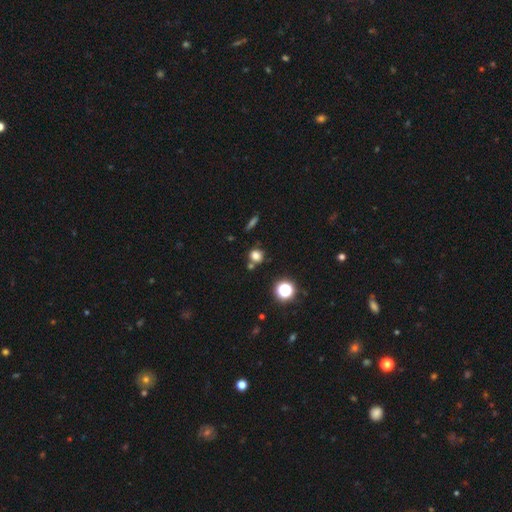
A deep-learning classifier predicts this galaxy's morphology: smooth_or_featured: smooth (p=0.75) [alt: star or artifact p=0.18]
how_rounded: round (p=0.83) [alt: in between p=0.16]
merging: none (p=0.71) [alt: merger p=0.15]